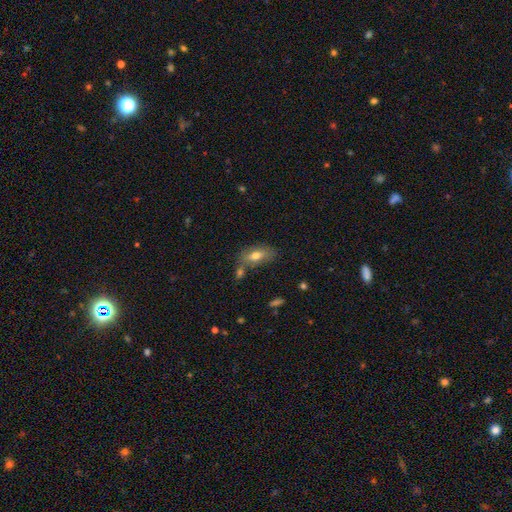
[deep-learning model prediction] Q: Smooth or featured?
A: smooth (70%); runner-up: featured or disk (22%)
Q: How rounded?
A: in between (86%); runner-up: cigar-shaped (9%)
Q: Merging?
A: none (61%); runner-up: minor disturbance (18%)